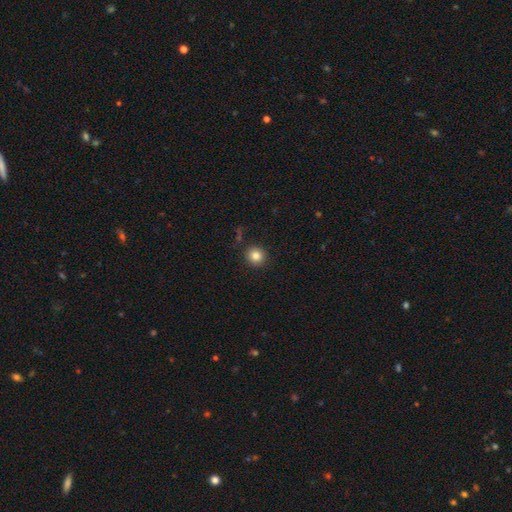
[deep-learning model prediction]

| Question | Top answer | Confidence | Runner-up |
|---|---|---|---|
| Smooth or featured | smooth | 84% | star or artifact (11%) |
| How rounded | round | 93% | in between (6%) |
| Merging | none | 90% | minor disturbance (6%) |